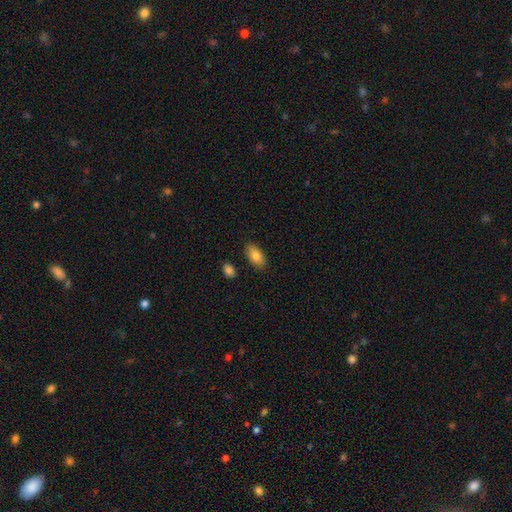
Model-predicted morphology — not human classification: This is clearly a smooth galaxy (82%). How rounded: clearly in between (93%). Merging: clearly none (85%).